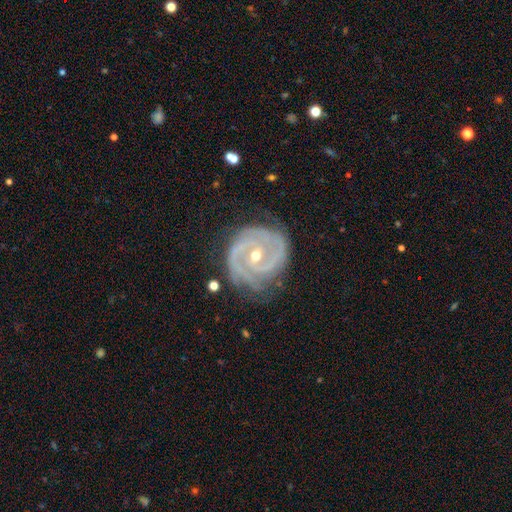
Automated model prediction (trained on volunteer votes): Smooth or featured? featured or disk (91%)
Edge-on disk? no (97%)
Bar? no (51%)
Spiral arms? yes (98%)
Spiral winding? tight (68%)
Spiral arm count? 2 (48%)
Bulge size? small (52%)
Merging? none (72%)